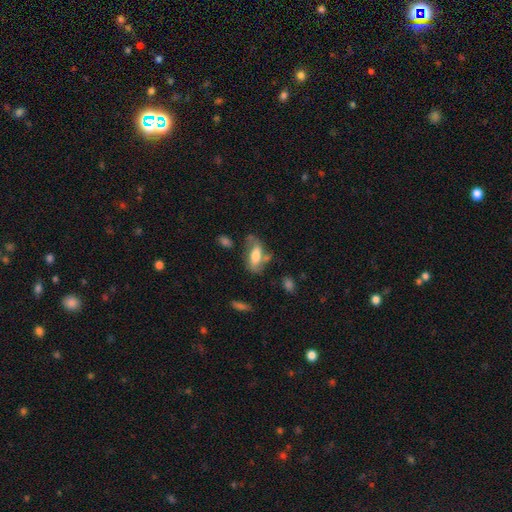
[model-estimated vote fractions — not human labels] Smooth or featured? Predicted: smooth (p=0.53). How rounded? Predicted: in between (p=0.80). Merging? Predicted: none (p=0.49).